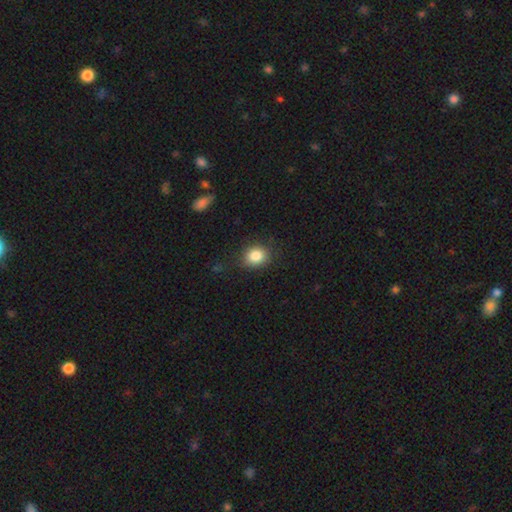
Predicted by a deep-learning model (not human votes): smooth 85%, star or artifact 10%, featured or disk 6%. Down the decision tree: how rounded — round (65%); merging — none (82%).